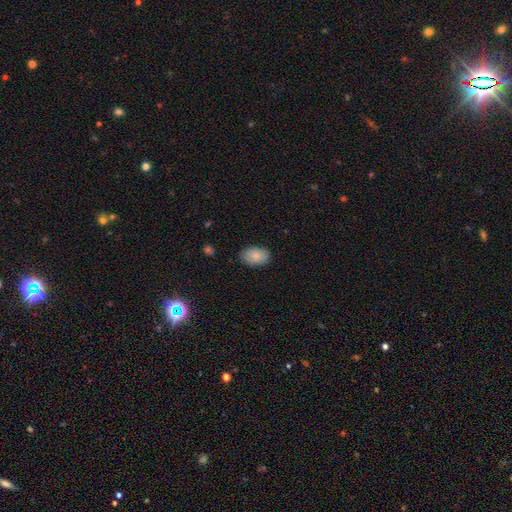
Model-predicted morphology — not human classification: Q: Smooth or featured?
A: smooth (85%); runner-up: featured or disk (8%)
Q: How rounded?
A: in between (89%); runner-up: round (10%)
Q: Merging?
A: none (85%); runner-up: minor disturbance (12%)